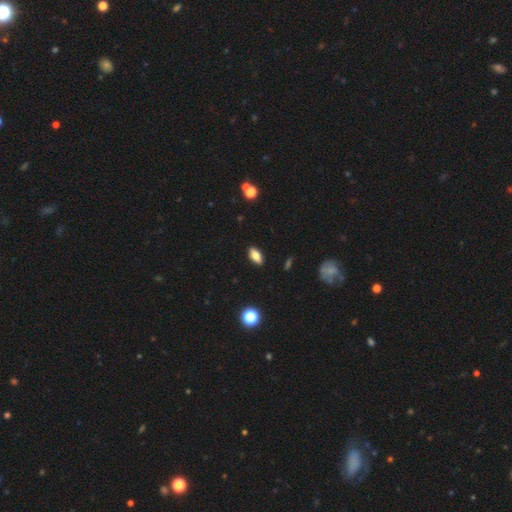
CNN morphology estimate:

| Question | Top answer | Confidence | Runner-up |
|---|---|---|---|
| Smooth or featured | smooth | 70% | featured or disk (21%) |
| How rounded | in between | 84% | cigar-shaped (12%) |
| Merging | none | 89% | minor disturbance (8%) |